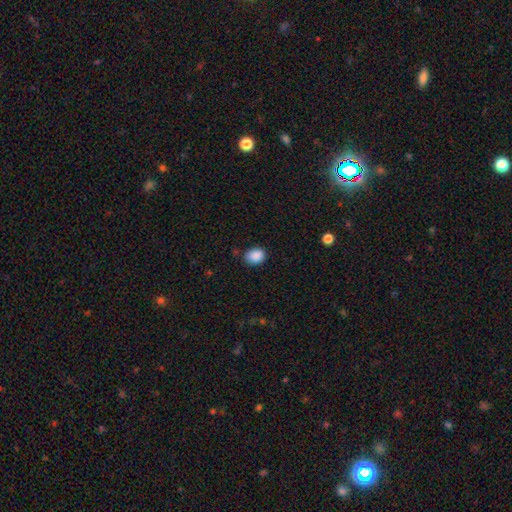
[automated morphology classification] Smooth or featured? Predicted: smooth (p=0.89). How rounded? Predicted: in between (p=0.59). Merging? Predicted: none (p=0.80).